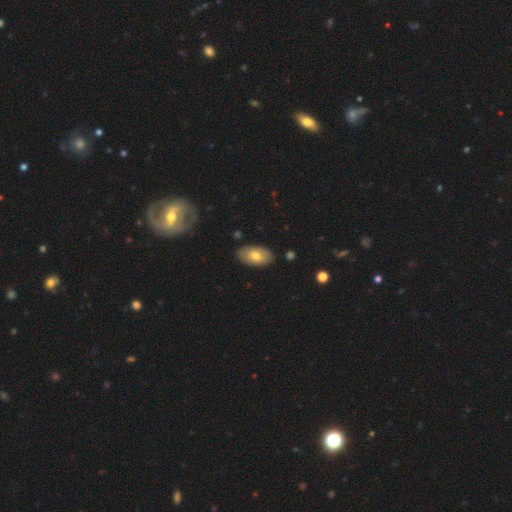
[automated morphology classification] Smooth or featured? Predicted: smooth (p=0.72). How rounded? Predicted: in between (p=0.94). Merging? Predicted: none (p=0.85).